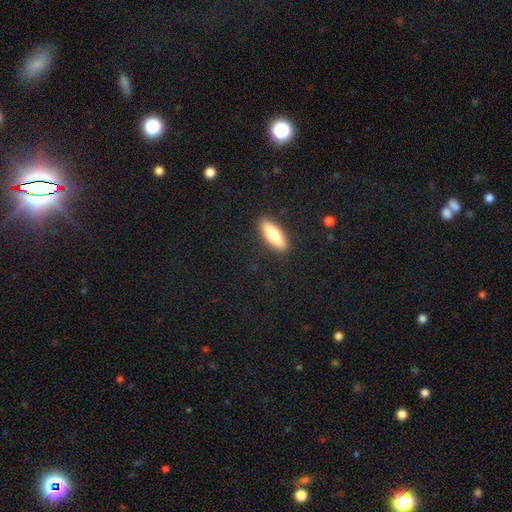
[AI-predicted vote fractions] Morphology: type=smooth (44%); merging=none (86%).